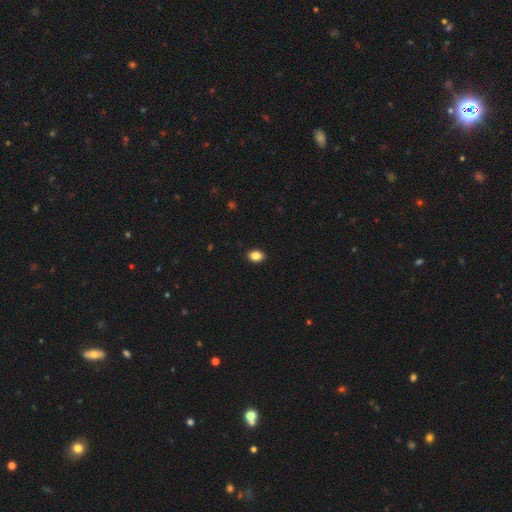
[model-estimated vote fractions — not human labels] This appears to be a smooth galaxy with no disk features (87%) that is in between round and cigar-shaped (70%). Merging: none (91%).